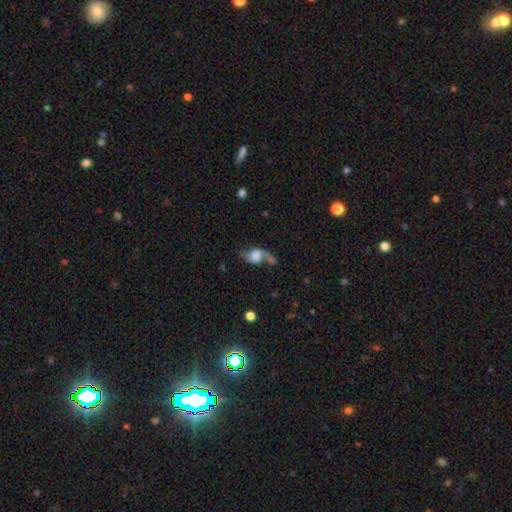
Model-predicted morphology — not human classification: Smooth or featured?
  - featured or disk: 56% *
  - smooth: 34%
  - star or artifact: 10%
Edge-on disk?
  - no: 94% *
  - yes: 6%
Bar?
  - no: 64% *
  - weak: 29%
  - strong: 7%
Spiral arms?
  - yes: 84% *
  - no: 16%
Bulge size?
  - large: 29% *
  - moderate: 22%
  - none: 21%
  - small: 18%
  - dominant: 10%
Merging?
  - none: 37% *
  - major disturbance: 28%
  - minor disturbance: 21%
  - merger: 14%